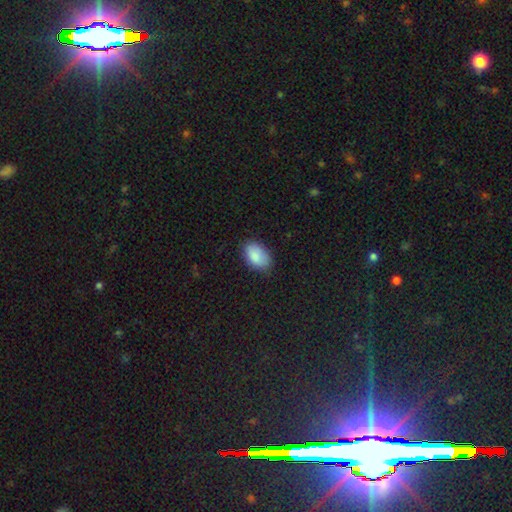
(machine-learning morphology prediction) Smooth or featured?
  - smooth: 87% *
  - star or artifact: 7%
  - featured or disk: 6%
How rounded?
  - in between: 91% *
  - round: 7%
  - cigar-shaped: 1%
Merging?
  - none: 76% *
  - minor disturbance: 19%
  - major disturbance: 4%
  - merger: 1%